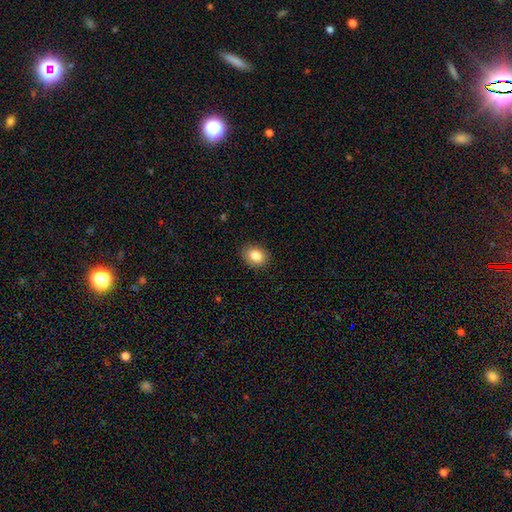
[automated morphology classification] This is clearly a smooth galaxy (84%). How rounded: possibly in between (52%). Merging: clearly none (88%).